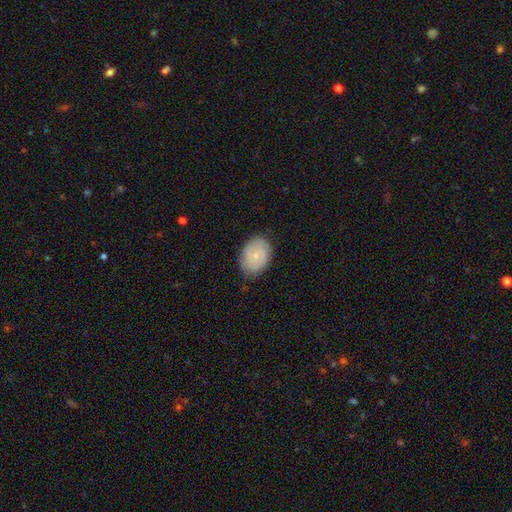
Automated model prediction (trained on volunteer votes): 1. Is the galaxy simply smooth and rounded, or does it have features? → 62% smooth, 31% featured or disk, 7% star or artifact.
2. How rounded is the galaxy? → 73% in between, 26% round, 1% cigar-shaped.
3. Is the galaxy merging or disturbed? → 78% none, 17% minor disturbance, 3% major disturbance, 1% merger.